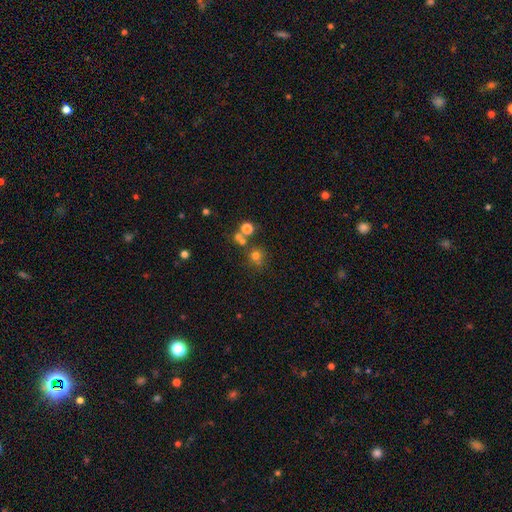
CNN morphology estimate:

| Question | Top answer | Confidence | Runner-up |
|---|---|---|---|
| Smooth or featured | smooth | 69% | star or artifact (21%) |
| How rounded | round | 90% | in between (9%) |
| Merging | none | 65% | merger (22%) |